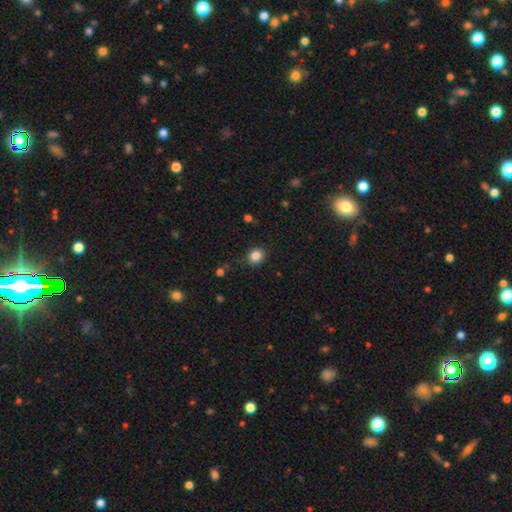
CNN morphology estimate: A smooth galaxy with no disk features (85%) that is round (63%). Merging: none (83%).